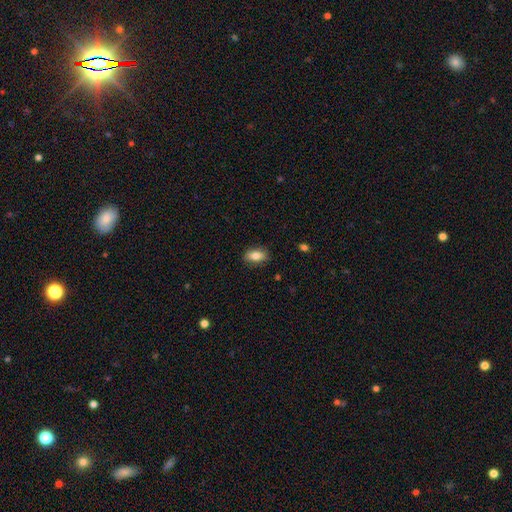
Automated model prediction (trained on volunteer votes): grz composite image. It shows a smooth galaxy with no disk features (79%) that is in between round and cigar-shaped (85%). Merging: none (84%).